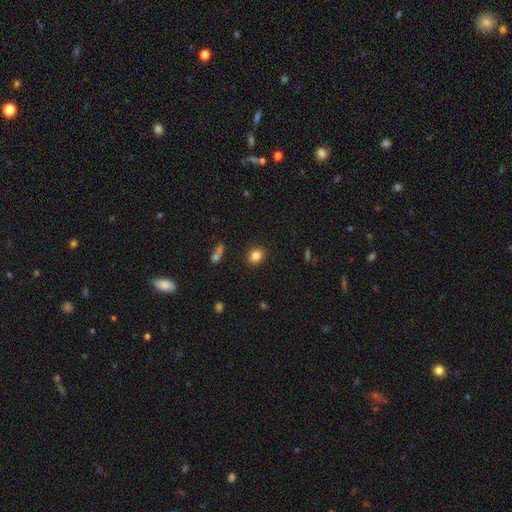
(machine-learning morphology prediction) The model was most divided on "how rounded": round: 61%, in between: 38%, cigar-shaped: 1%. More confident: merging — none (89%); smooth or featured — smooth (83%).